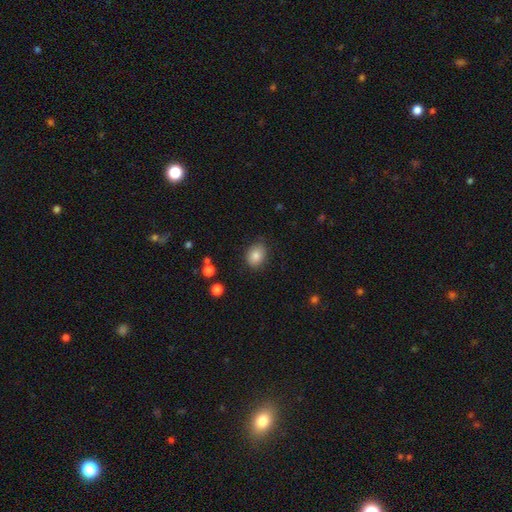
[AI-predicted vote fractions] This appears to be a smooth galaxy with no disk features (85%) that is in between round and cigar-shaped (61%). Merging: none (80%).